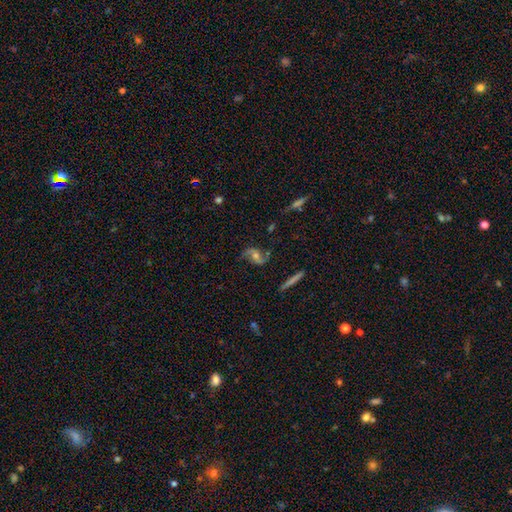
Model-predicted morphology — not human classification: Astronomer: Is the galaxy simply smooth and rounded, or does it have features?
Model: featured or disk — 86%.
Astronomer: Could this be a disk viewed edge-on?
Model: no — 96%.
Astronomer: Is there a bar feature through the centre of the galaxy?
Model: no — 53% (runner-up: weak, 34%).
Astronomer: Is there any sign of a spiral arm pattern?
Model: yes — 96%.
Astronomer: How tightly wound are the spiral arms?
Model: loose — 65%.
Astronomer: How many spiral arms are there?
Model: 2 — 93%.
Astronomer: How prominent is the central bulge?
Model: moderate — 59%.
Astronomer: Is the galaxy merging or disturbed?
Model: none — 78%.